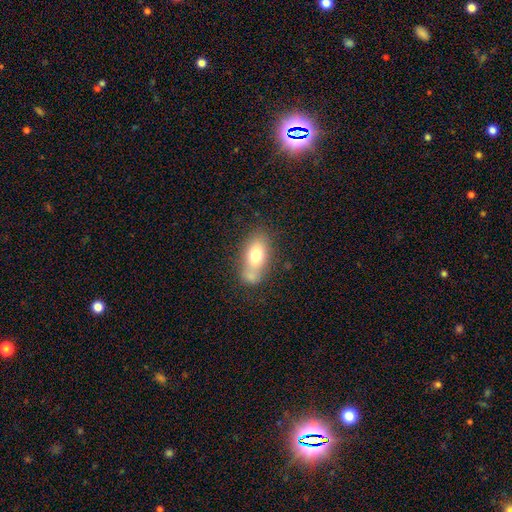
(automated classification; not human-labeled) smooth_or_featured: smooth (p=0.71) [alt: featured or disk p=0.21]
how_rounded: in between (p=0.84) [alt: round p=0.10]
merging: none (p=0.48) [alt: merger p=0.28]